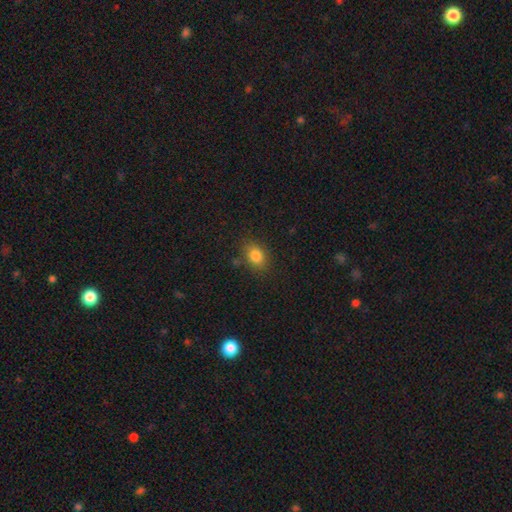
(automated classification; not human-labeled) Morphology: type=smooth (83%); roundness=in between (66%); merging=none (80%).